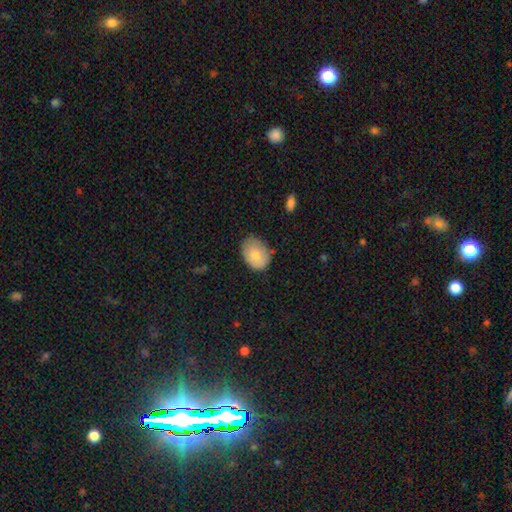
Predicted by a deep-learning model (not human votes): Morphology: type=smooth (79%); roundness=in between (72%); merging=none (67%).